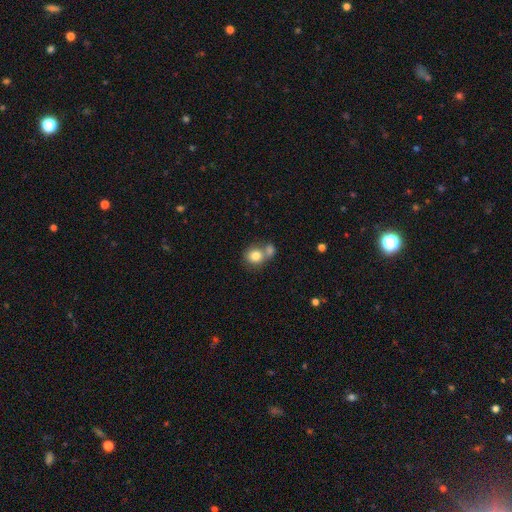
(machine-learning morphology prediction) This appears to be a smooth galaxy with no disk features (80%) that is round (78%). Merging: merger (46%).